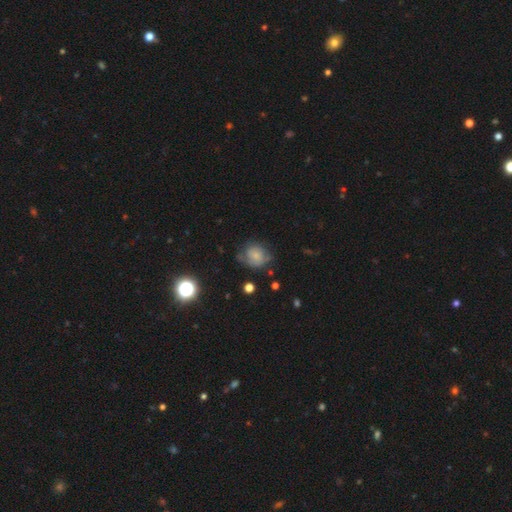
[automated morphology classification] Smooth or featured? smooth (63%)
How rounded? round (70%)
Merging? none (49%)